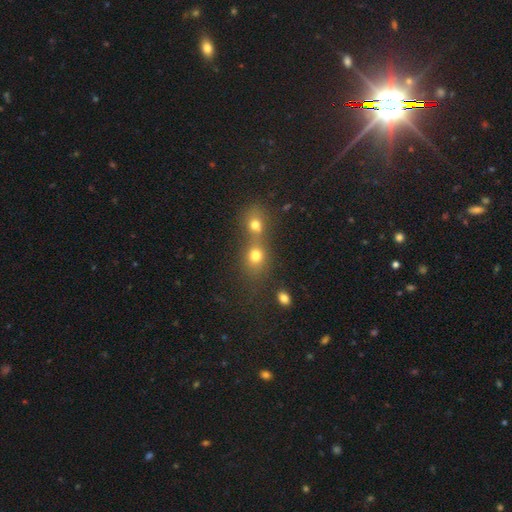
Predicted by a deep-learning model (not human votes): smooth-or-featured: smooth: 75% | star or artifact: 15% | featured or disk: 10%
  how-rounded: round: 70% | in between: 29% | cigar-shaped: 2%
  merging: merger: 56% | none: 34% | minor disturbance: 7% | major disturbance: 4%